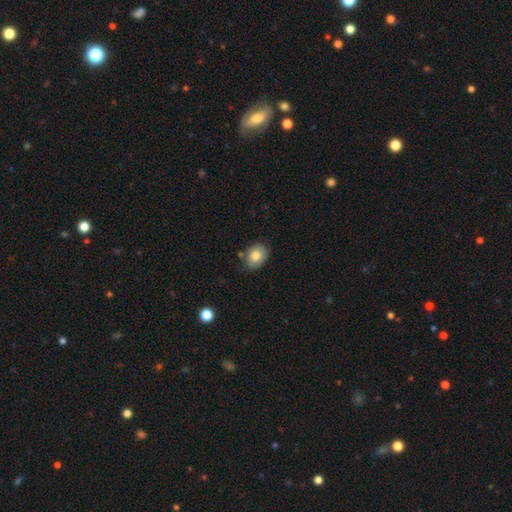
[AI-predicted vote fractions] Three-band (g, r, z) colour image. It shows a smooth galaxy with no disk features (77%) that is in between round and cigar-shaped (65%). Merging: none (75%).